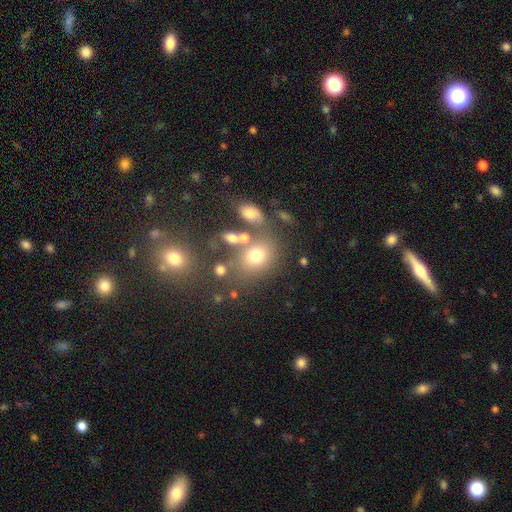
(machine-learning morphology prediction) Smooth or featured?
  - smooth: 69% *
  - star or artifact: 16%
  - featured or disk: 15%
How rounded?
  - round: 53% *
  - in between: 46%
  - cigar-shaped: 2%
Merging?
  - none: 54% *
  - merger: 23%
  - minor disturbance: 14%
  - major disturbance: 9%